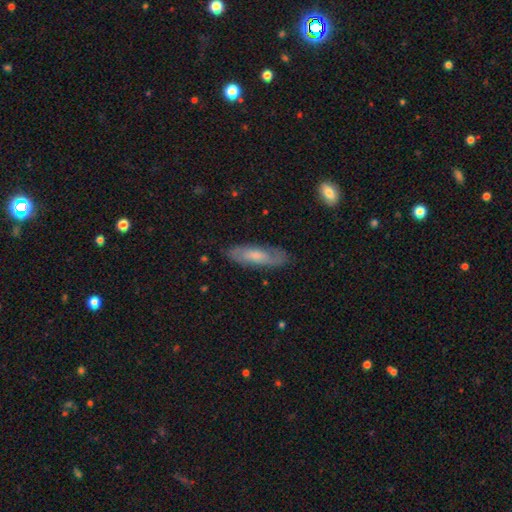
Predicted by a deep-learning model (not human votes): Smooth or featured: featured or disk — 53% (smooth — 41%)
Edge-on disk: no — 76% (yes — 24%)
Merging: none — 79% (minor disturbance — 15%)